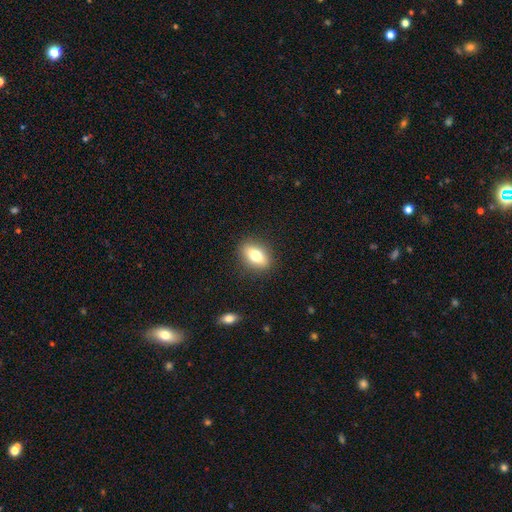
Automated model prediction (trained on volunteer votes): smooth-or-featured: smooth: 73% | featured or disk: 18% | star or artifact: 8%
  how-rounded: in between: 80% | round: 14% | cigar-shaped: 6%
  merging: none: 88% | minor disturbance: 9% | major disturbance: 3% | merger: 1%